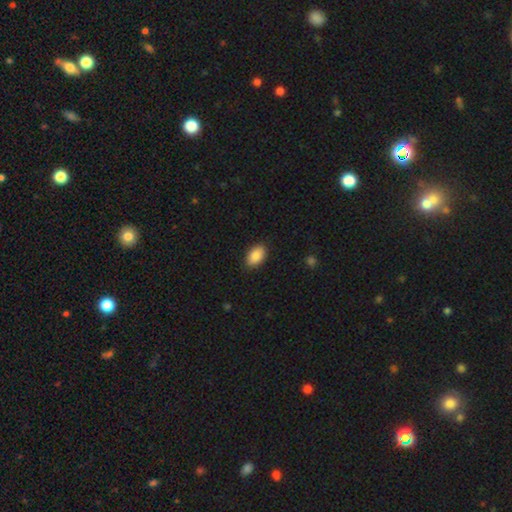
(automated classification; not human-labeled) smooth 88%, star or artifact 7%, featured or disk 5%. Down the decision tree: how rounded — in between (92%); merging — none (88%).